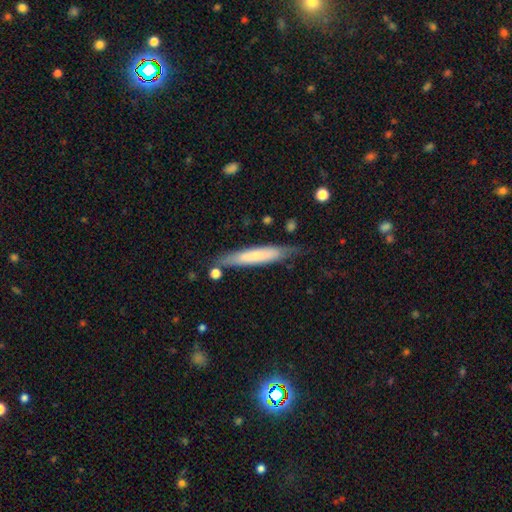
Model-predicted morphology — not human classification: The model was most divided on "smooth or featured": smooth: 57%, featured or disk: 37%, star or artifact: 6%. More confident: how rounded — cigar-shaped (89%); merging — none (72%).